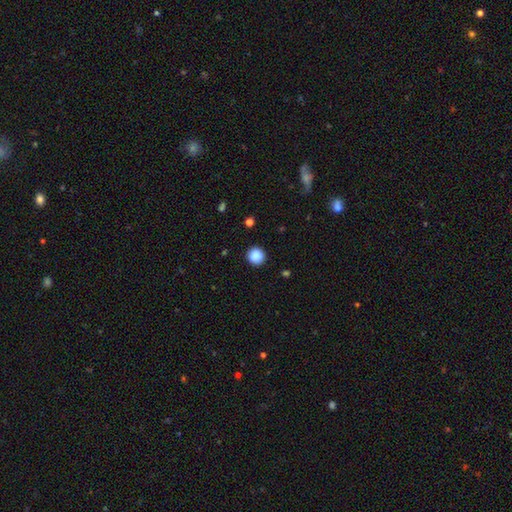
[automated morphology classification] This is clearly a smooth galaxy (88%). How rounded: clearly round (94%). Merging: clearly none (92%).